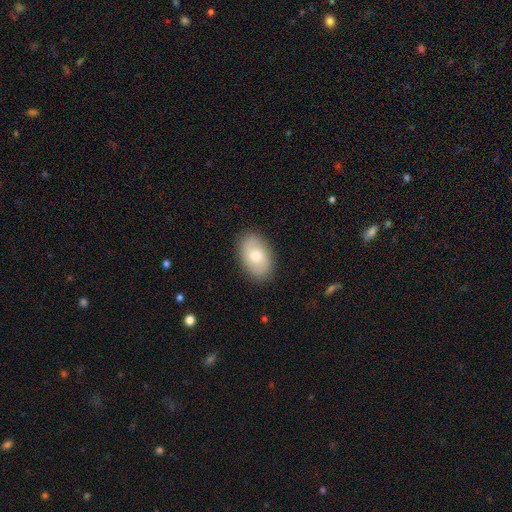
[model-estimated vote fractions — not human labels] A smooth galaxy with no disk features (68%) that is in between round and cigar-shaped (89%).

Vote fractions:
- Smooth or featured? smooth: 68% / featured or disk: 25% / star or artifact: 7%
- How rounded? in between: 89% / round: 10% / cigar-shaped: 1%
- Merging? none: 87% / minor disturbance: 9% / major disturbance: 2% / merger: 1%